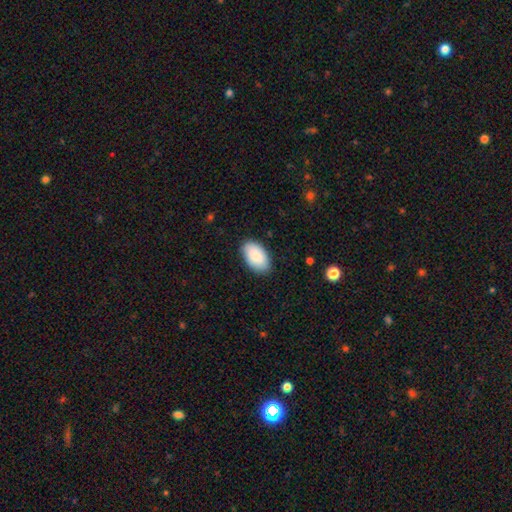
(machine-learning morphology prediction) This appears to be a smooth galaxy with no disk features (86%) that is in between round and cigar-shaped (95%). Merging: none (84%).